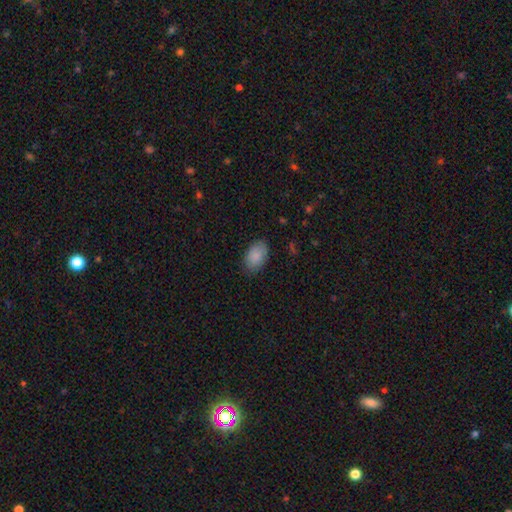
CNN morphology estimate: Overall: smooth (88%). How rounded: in between (90%). Merging: none (83%).